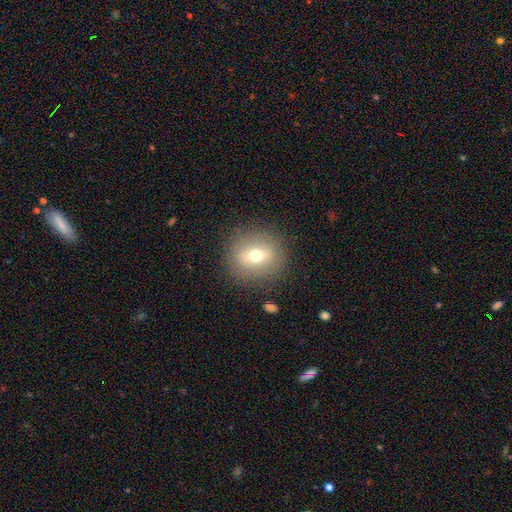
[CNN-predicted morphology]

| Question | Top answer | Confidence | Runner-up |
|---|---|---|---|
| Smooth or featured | smooth | 56% | featured or disk (33%) |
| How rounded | round | 84% | in between (15%) |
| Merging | none | 86% | minor disturbance (9%) |